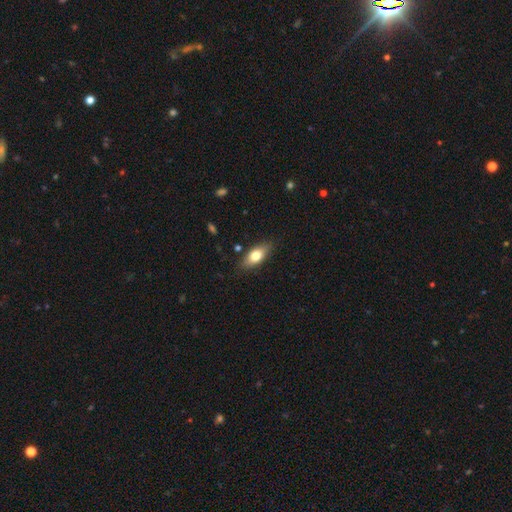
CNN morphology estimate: This is likely a smooth galaxy (73%). How rounded: clearly in between (83%). Merging: clearly none (82%).